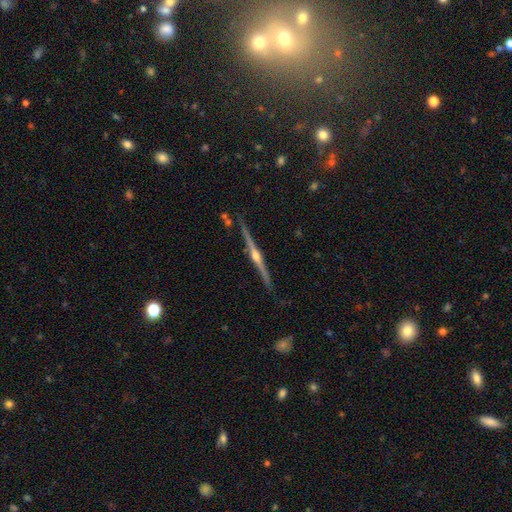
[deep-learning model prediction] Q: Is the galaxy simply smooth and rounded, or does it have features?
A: featured or disk — 87%.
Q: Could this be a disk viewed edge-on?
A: yes — 98%.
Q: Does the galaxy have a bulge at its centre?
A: rounded — 95%.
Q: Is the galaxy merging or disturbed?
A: none — 86%.